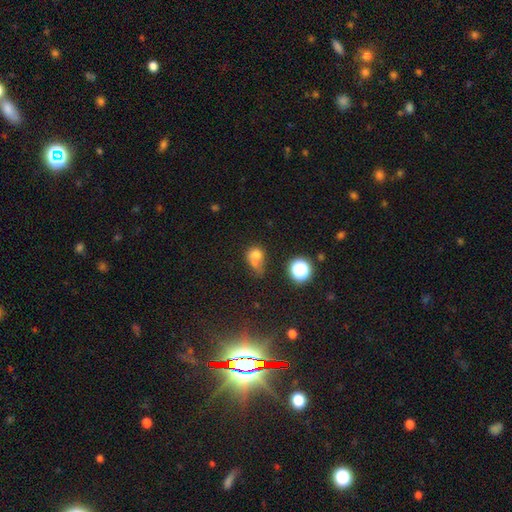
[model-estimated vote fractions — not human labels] Q: Smooth or featured?
A: smooth (65%); runner-up: star or artifact (19%)
Q: How rounded?
A: round (56%); runner-up: in between (42%)
Q: Merging?
A: merger (39%); runner-up: none (26%)